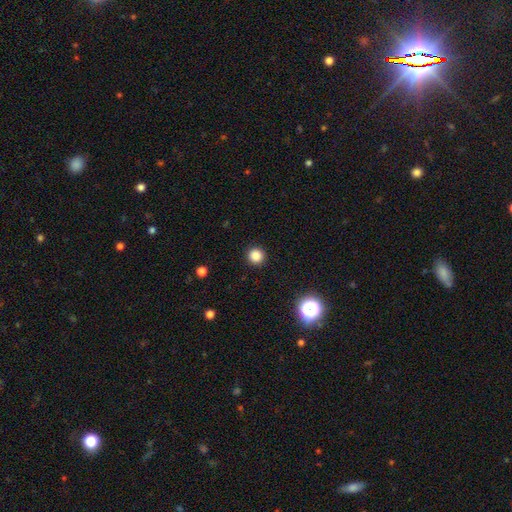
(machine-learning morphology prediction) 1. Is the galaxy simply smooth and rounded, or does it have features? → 85% smooth, 12% star or artifact, 3% featured or disk.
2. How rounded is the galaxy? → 93% round, 6% in between, 1% cigar-shaped.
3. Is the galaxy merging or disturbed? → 92% none, 5% minor disturbance, 2% major disturbance, 1% merger.